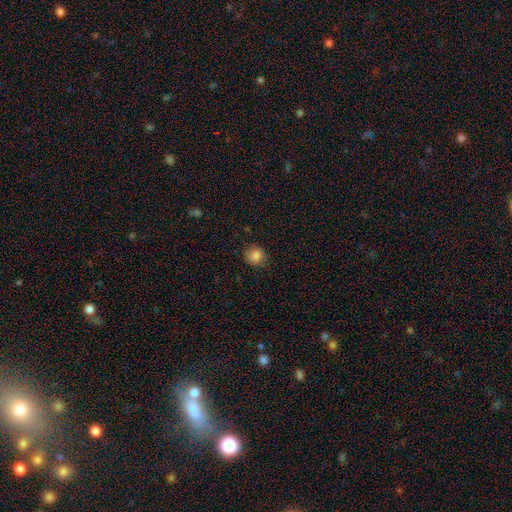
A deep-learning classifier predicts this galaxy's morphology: Overall: smooth (86%). How rounded: round (89%). Merging: none (86%).